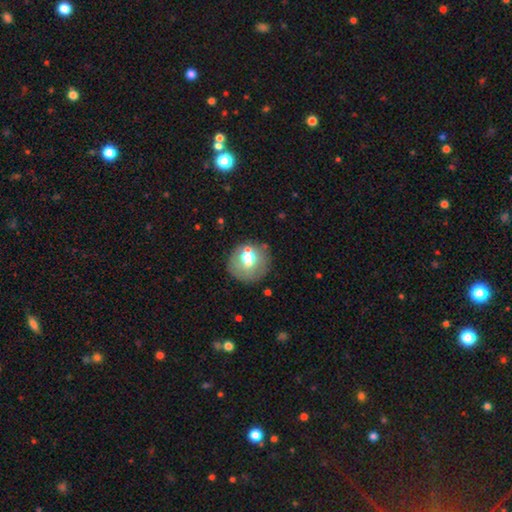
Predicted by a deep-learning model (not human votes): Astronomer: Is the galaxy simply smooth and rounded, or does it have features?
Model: smooth — 55% (runner-up: featured or disk, 34%).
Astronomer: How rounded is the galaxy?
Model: round — 84%.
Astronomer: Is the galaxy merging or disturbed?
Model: none — 69%.